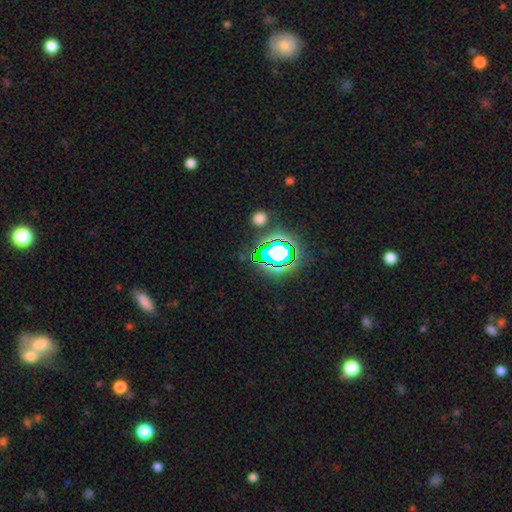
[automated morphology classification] A star or artifact, not a galaxy (76%).